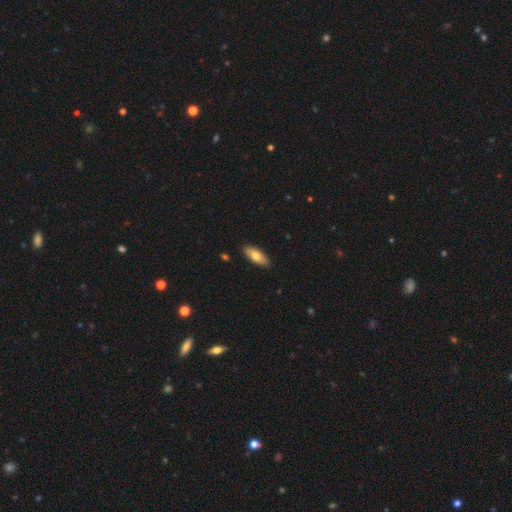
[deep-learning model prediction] Smooth or featured? Predicted: smooth (p=0.75). How rounded? Predicted: in between (p=0.79). Merging? Predicted: none (p=0.89).